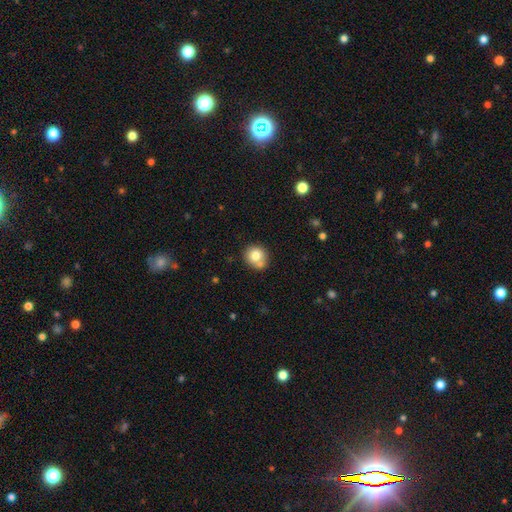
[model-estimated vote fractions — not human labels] Smooth or featured? smooth (78%)
How rounded? round (83%)
Merging? none (60%)